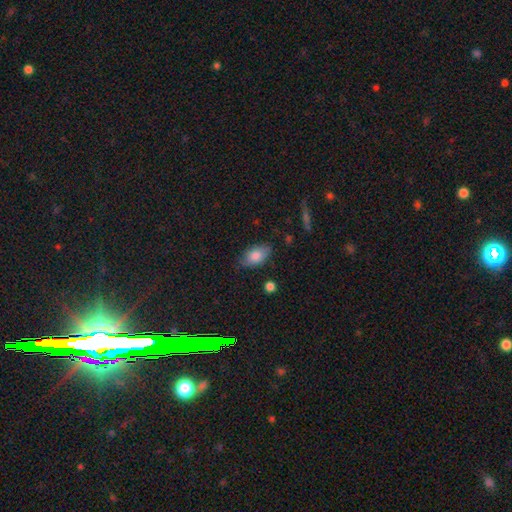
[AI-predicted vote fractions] A smooth galaxy with no disk features (82%) that is in between round and cigar-shaped (91%). Merging: none (76%).